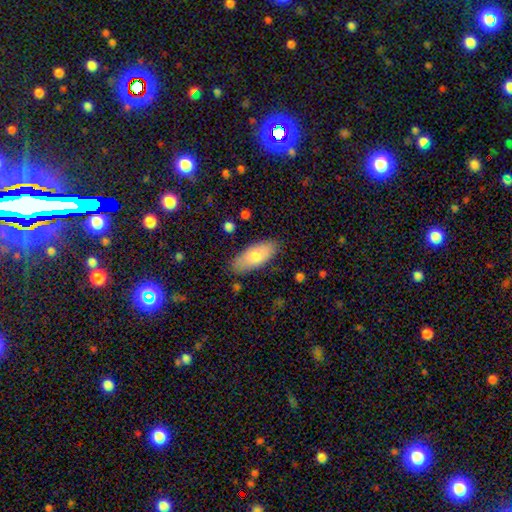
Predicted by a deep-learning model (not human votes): Smooth or featured? Predicted: smooth (p=0.75). How rounded? Predicted: in between (p=0.83). Merging? Predicted: none (p=0.82).